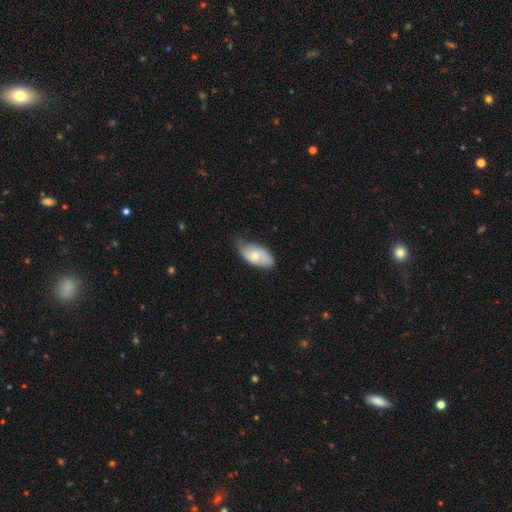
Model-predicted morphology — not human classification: Overall: smooth (61%; featured or disk 33%). How rounded: in between (93%). Merging: none (48%; minor disturbance 41%).